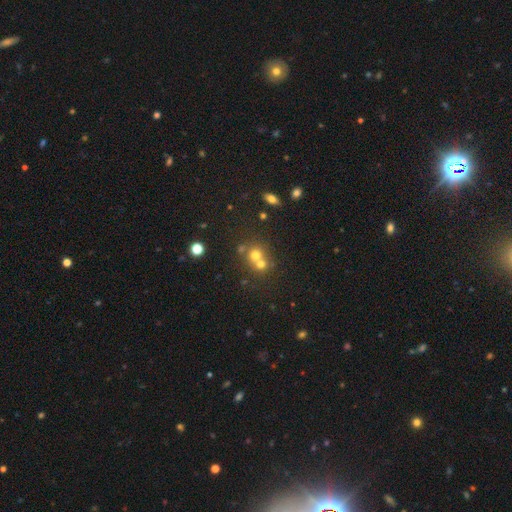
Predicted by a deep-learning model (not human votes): Smooth or featured?
  - smooth: 66% *
  - star or artifact: 17%
  - featured or disk: 17%
How rounded?
  - round: 83% *
  - in between: 16%
  - cigar-shaped: 1%
Merging?
  - merger: 52% *
  - none: 39%
  - minor disturbance: 6%
  - major disturbance: 3%